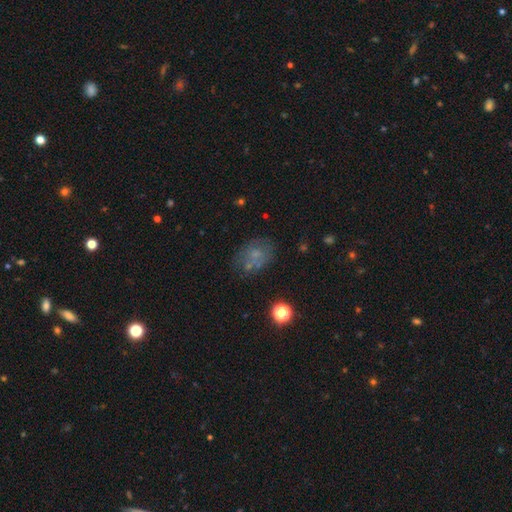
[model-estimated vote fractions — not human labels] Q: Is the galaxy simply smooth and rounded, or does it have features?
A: smooth — 56%.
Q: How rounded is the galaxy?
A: in between — 66%.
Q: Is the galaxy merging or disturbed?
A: none — 54%.